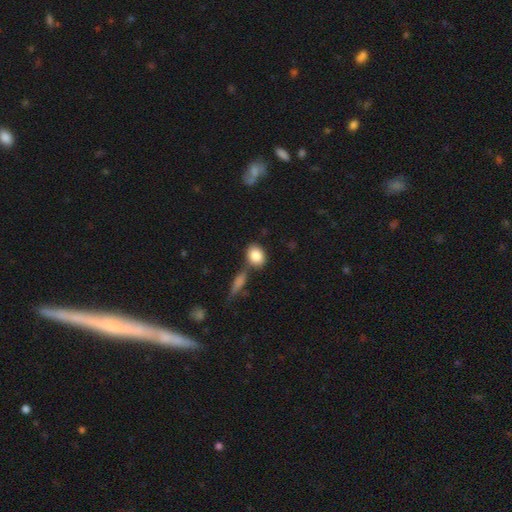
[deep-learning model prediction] smooth 84%, featured or disk 8%, star or artifact 8%. Down the decision tree: how rounded — in between (63%); merging — none (62%).